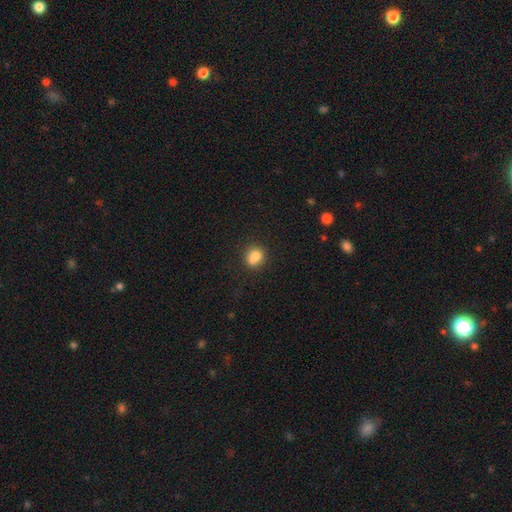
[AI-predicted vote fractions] Smooth or featured?
  - smooth: 75% *
  - featured or disk: 14%
  - star or artifact: 11%
How rounded?
  - round: 71% *
  - in between: 28%
  - cigar-shaped: 1%
Merging?
  - none: 43% *
  - merger: 41%
  - minor disturbance: 12%
  - major disturbance: 4%